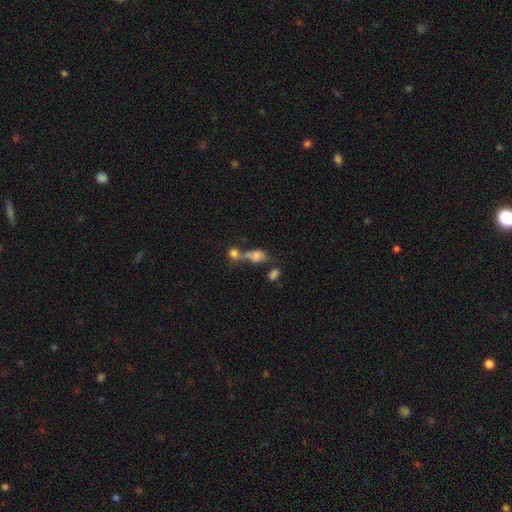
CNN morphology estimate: Overall: smooth (66%). How rounded: in between (65%; round 27%). Merging: merger (59%; none 21%).